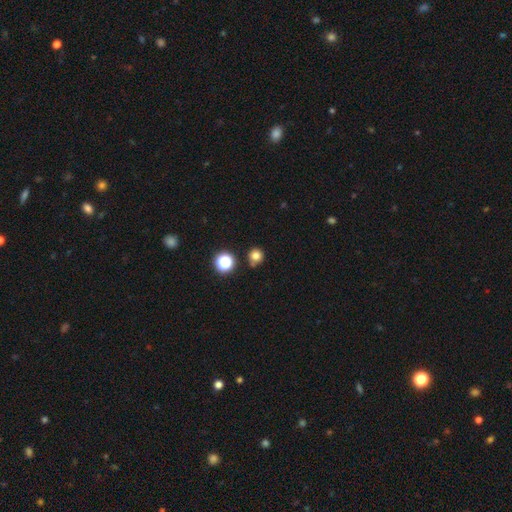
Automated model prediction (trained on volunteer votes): This is likely a smooth galaxy (78%). How rounded: clearly round (93%). Merging: likely none (78%).